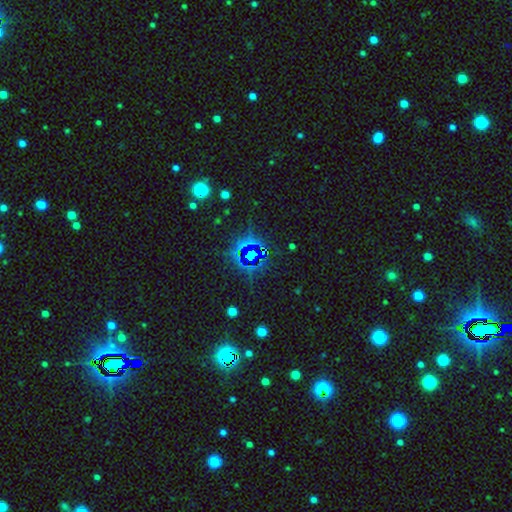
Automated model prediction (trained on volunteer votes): Smooth or featured: star or artifact — 78% (smooth — 12%)